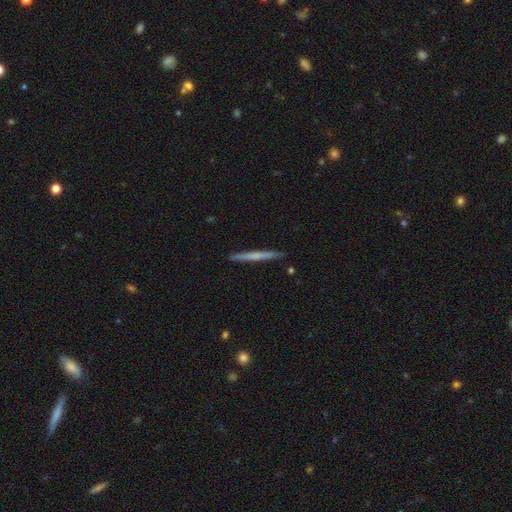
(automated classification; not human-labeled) This is possibly a smooth galaxy (48%). Merging: clearly none (92%).